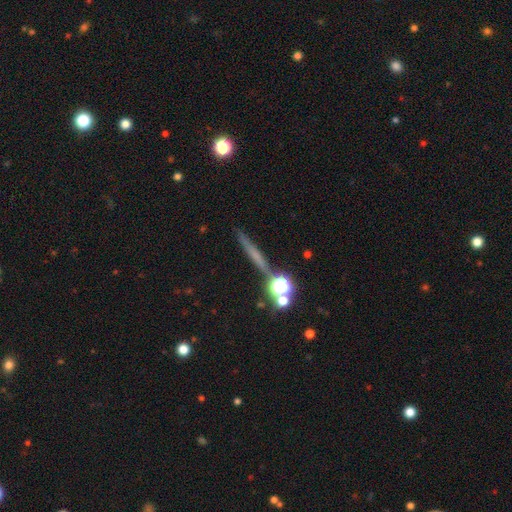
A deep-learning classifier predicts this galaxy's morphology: Smooth or featured? Predicted: smooth (p=0.42). Merging? Predicted: none (p=0.81).